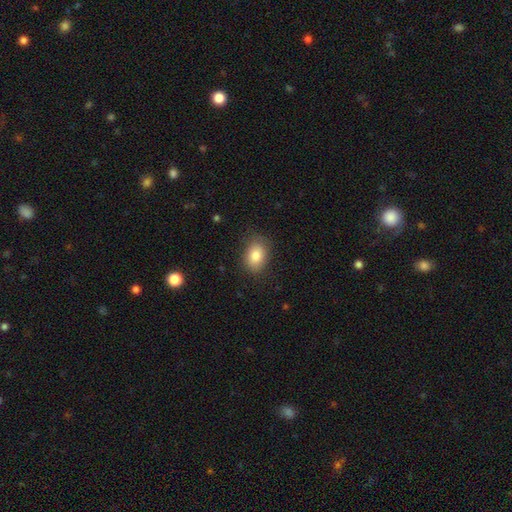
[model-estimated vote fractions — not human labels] smooth_or_featured: smooth (p=0.83) [alt: featured or disk p=0.09]
how_rounded: in between (p=0.77) [alt: round p=0.22]
merging: none (p=0.82) [alt: minor disturbance p=0.13]